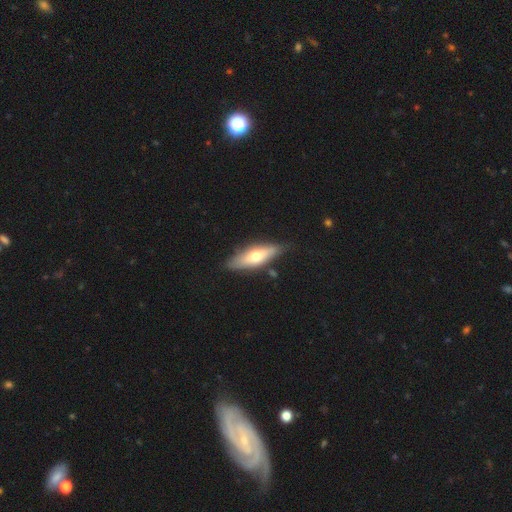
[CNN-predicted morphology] Smooth or featured? smooth (51%)
How rounded? in between (52%)
Merging? none (78%)